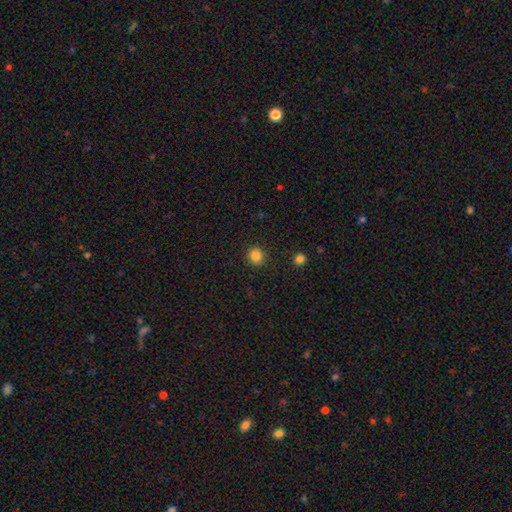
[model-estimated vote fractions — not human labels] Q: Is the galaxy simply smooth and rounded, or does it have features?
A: smooth — 84%.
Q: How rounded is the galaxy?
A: round — 91%.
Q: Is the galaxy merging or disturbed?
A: none — 91%.